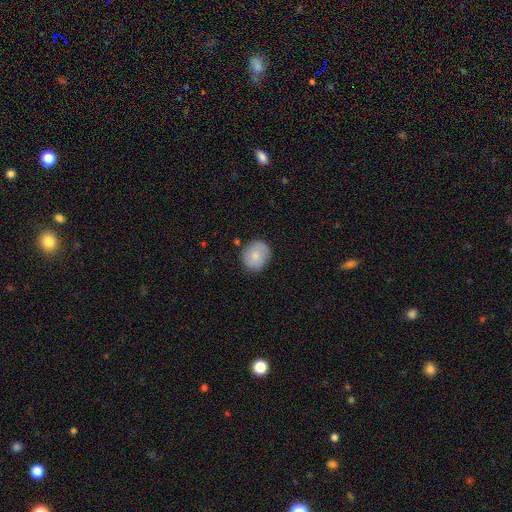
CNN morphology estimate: Smooth or featured?
  - smooth: 78% *
  - featured or disk: 15%
  - star or artifact: 7%
How rounded?
  - round: 83% *
  - in between: 16%
  - cigar-shaped: 1%
Merging?
  - none: 80% *
  - minor disturbance: 15%
  - major disturbance: 3%
  - merger: 2%